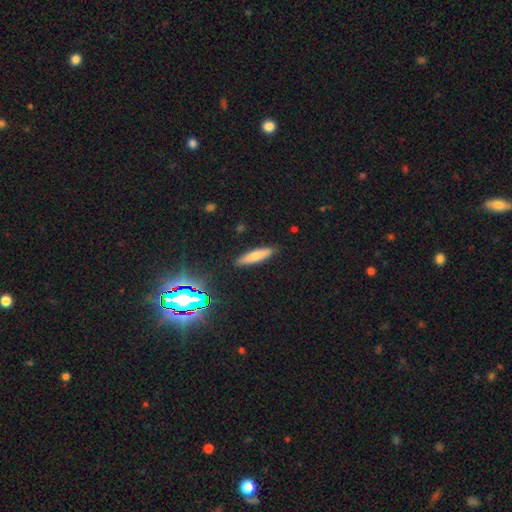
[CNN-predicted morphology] Smooth or featured: smooth — 72% (featured or disk — 19%)
How rounded: cigar-shaped — 79% (in between — 19%)
Merging: none — 89% (minor disturbance — 8%)